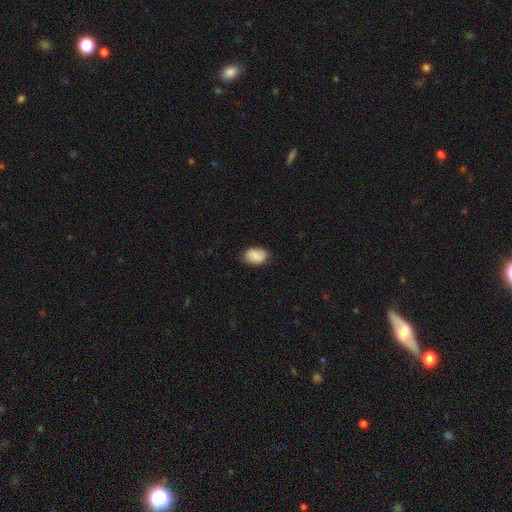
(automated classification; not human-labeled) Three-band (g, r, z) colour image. It shows a smooth galaxy with no disk features (87%) that is in between round and cigar-shaped (85%). Merging: none (80%).